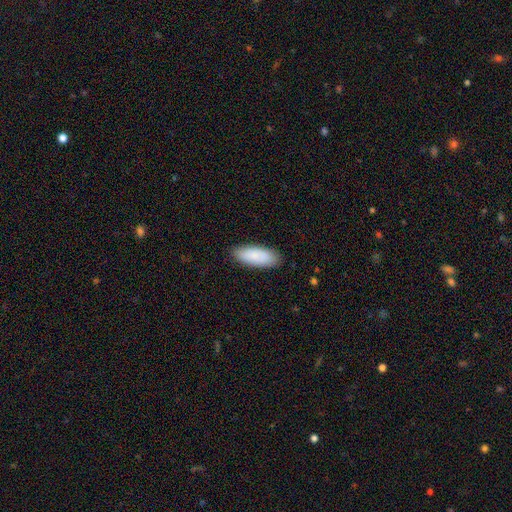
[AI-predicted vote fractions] Smooth or featured?
  - smooth: 87% *
  - featured or disk: 8%
  - star or artifact: 5%
How rounded?
  - in between: 77% *
  - cigar-shaped: 21%
  - round: 2%
Merging?
  - none: 87% *
  - minor disturbance: 10%
  - major disturbance: 2%
  - merger: 1%